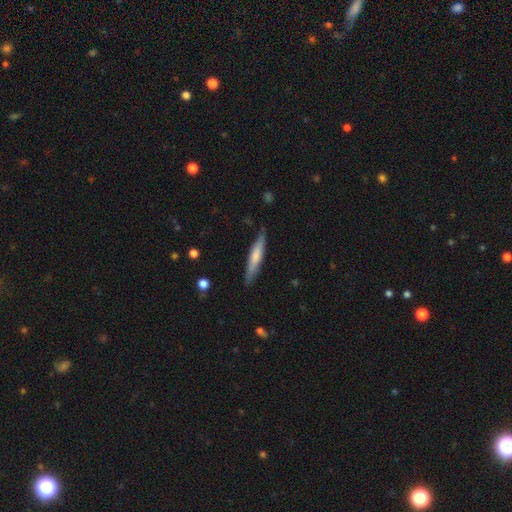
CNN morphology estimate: This appears to be a smooth galaxy with no disk features (58%) that is cigar-shaped (90%). Merging: none (83%).